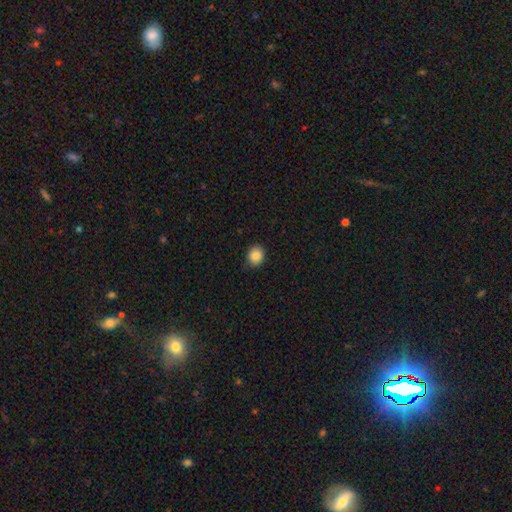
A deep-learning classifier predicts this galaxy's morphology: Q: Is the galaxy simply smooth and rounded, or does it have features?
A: smooth — 86%.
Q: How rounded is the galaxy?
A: round — 70%.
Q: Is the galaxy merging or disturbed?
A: none — 83%.